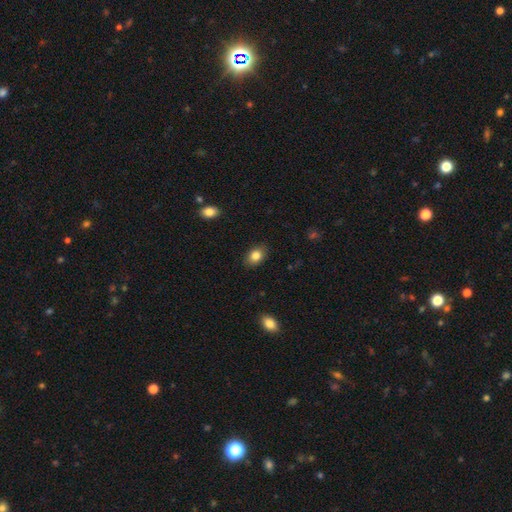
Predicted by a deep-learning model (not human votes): The model was most divided on "how rounded": in between: 73%, round: 26%, cigar-shaped: 1%. More confident: merging — none (86%); smooth or featured — smooth (84%).